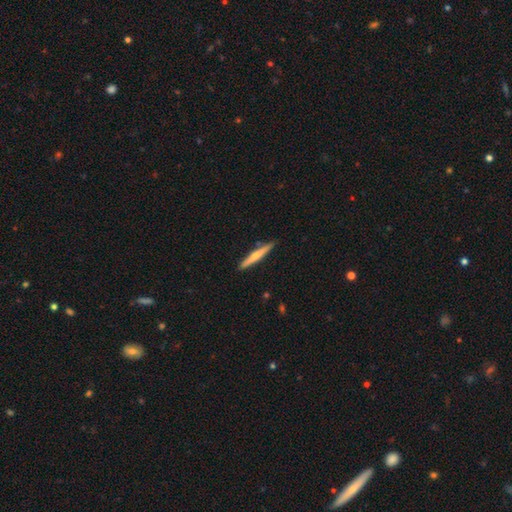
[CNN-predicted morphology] Q: Smooth or featured?
A: smooth (52%); runner-up: featured or disk (43%)
Q: How rounded?
A: cigar-shaped (95%); runner-up: in between (4%)
Q: Merging?
A: none (89%); runner-up: minor disturbance (8%)